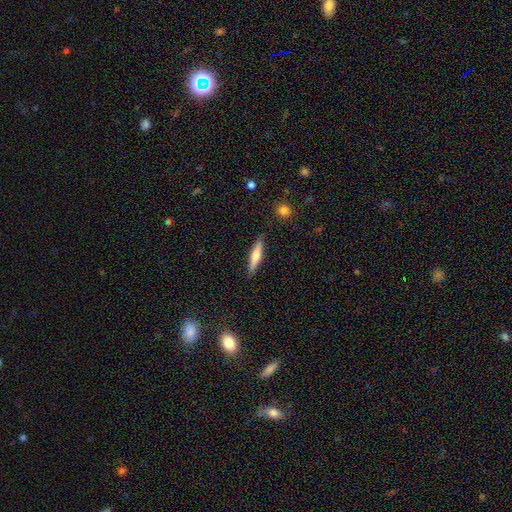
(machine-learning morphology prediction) A smooth galaxy with no disk features (53%) that is cigar-shaped (82%).

Vote fractions:
- Smooth or featured? smooth: 53% / featured or disk: 41% / star or artifact: 6%
- How rounded? cigar-shaped: 82% / in between: 16% / round: 2%
- Merging? none: 88% / minor disturbance: 9% / major disturbance: 2% / merger: 1%